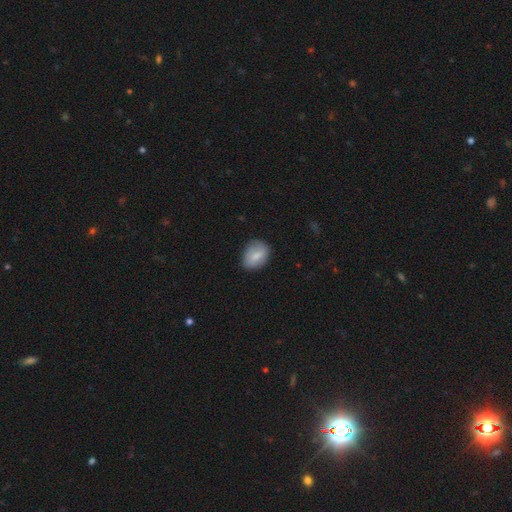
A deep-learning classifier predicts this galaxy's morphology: Q: Smooth or featured?
A: smooth (75%); runner-up: featured or disk (18%)
Q: How rounded?
A: in between (75%); runner-up: round (24%)
Q: Merging?
A: none (75%); runner-up: minor disturbance (20%)